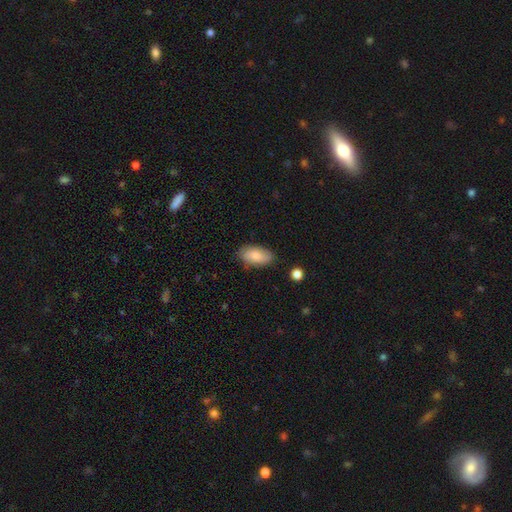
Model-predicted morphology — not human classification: Q: Smooth or featured?
A: smooth (78%); runner-up: featured or disk (15%)
Q: How rounded?
A: in between (93%); runner-up: round (3%)
Q: Merging?
A: none (80%); runner-up: minor disturbance (15%)